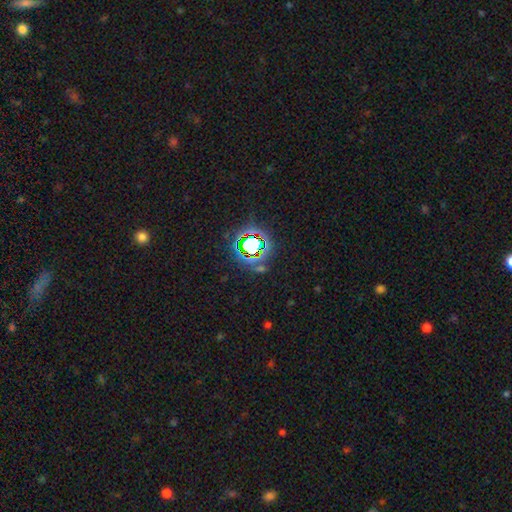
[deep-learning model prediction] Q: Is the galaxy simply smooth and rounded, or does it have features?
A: star or artifact — 77%.